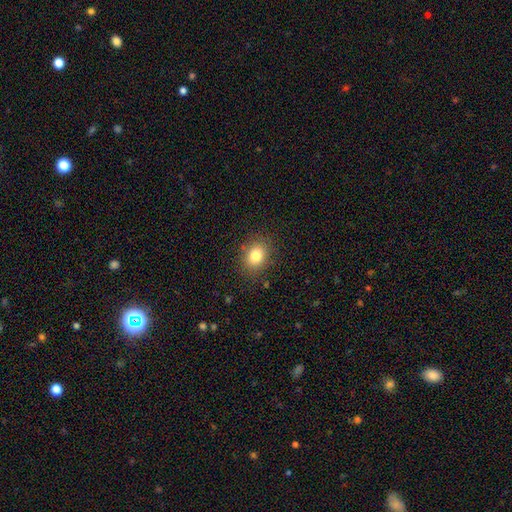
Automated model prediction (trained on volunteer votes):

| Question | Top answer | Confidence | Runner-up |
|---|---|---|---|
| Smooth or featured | smooth | 81% | star or artifact (11%) |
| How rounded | round | 55% | in between (45%) |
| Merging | none | 86% | minor disturbance (10%) |